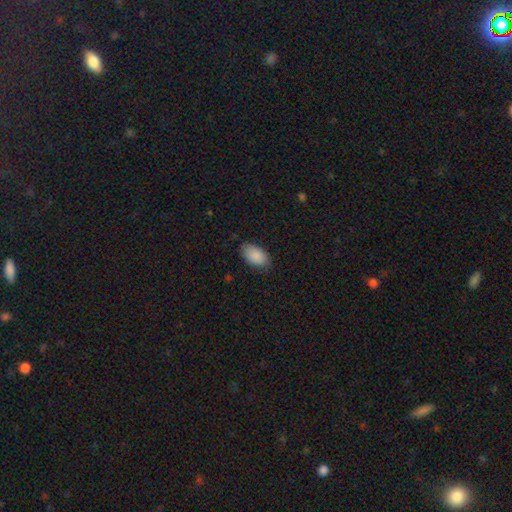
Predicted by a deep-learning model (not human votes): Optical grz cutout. It shows a smooth galaxy with no disk features (88%) that is in between round and cigar-shaped (94%). Merging: none (78%).